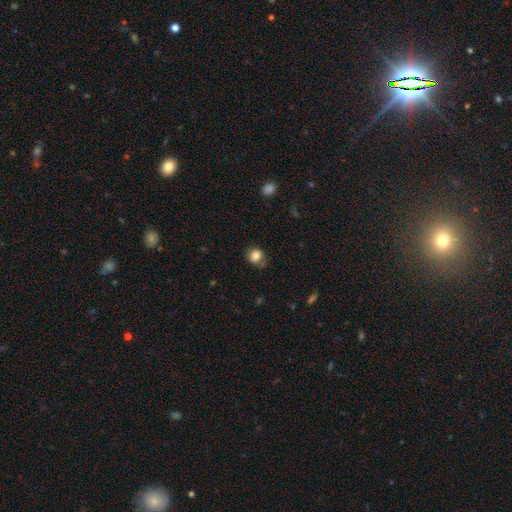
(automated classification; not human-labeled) A smooth galaxy with no disk features (81%) that is round (68%). Merging: none (65%).